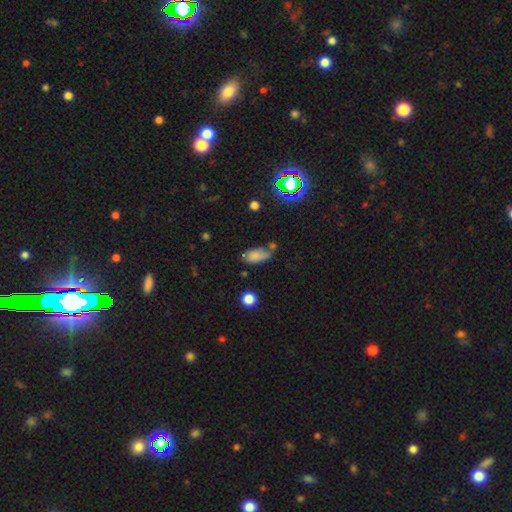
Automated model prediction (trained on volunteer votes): Morphology: type=smooth (77%); roundness=in between (87%); merging=none (48%).